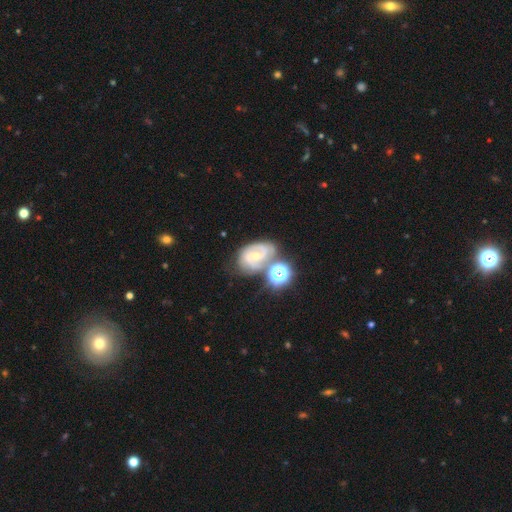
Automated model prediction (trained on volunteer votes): Smooth or featured? featured or disk (76%)
Edge-on disk? no (97%)
Bar? weak (43%)
Spiral arms? yes (94%)
Spiral winding? tight (47%)
Spiral arm count? 2 (65%)
Bulge size? small (54%)
Merging? none (53%)